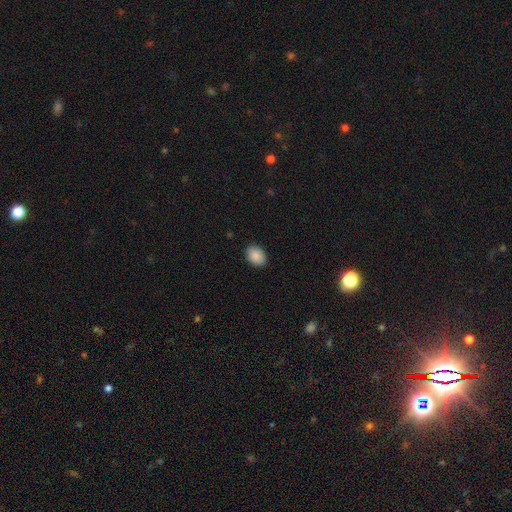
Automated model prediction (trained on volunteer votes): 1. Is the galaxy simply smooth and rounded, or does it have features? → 89% smooth, 7% star or artifact, 3% featured or disk.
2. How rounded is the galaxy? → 69% in between, 30% round, 1% cigar-shaped.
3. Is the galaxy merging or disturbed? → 89% none, 8% minor disturbance, 2% major disturbance, 1% merger.